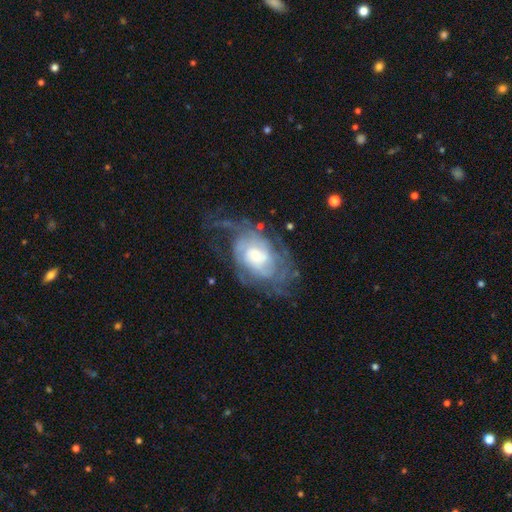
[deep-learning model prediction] The model was most divided on "spiral winding": tight: 50%, medium: 34%, loose: 16%. Remaining: edge-on disk — no (96%); spiral arms — yes (88%); smooth or featured — featured or disk (81%); bar — no (67%); merging — none (52%); spiral arm count — can't tell (47%); bulge size — moderate (46%).